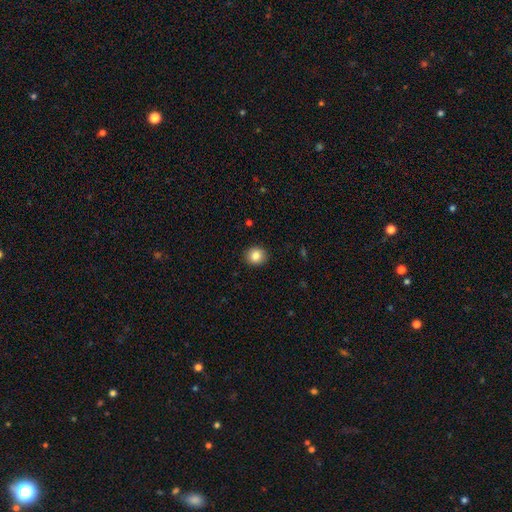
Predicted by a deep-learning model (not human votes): A smooth galaxy with no disk features (85%) that is round (85%). Merging: none (92%).